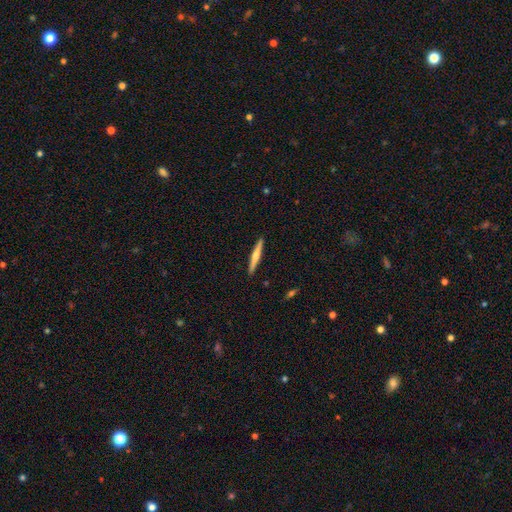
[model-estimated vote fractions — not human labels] A featured or disk galaxy (50%) viewed edge-on (98%).

Vote fractions:
- Smooth or featured? featured or disk: 50% / smooth: 44% / star or artifact: 5%
- Edge-on disk? yes: 98% / no: 2%
- Merging? none: 92% / minor disturbance: 6% / major disturbance: 1% / merger: 1%